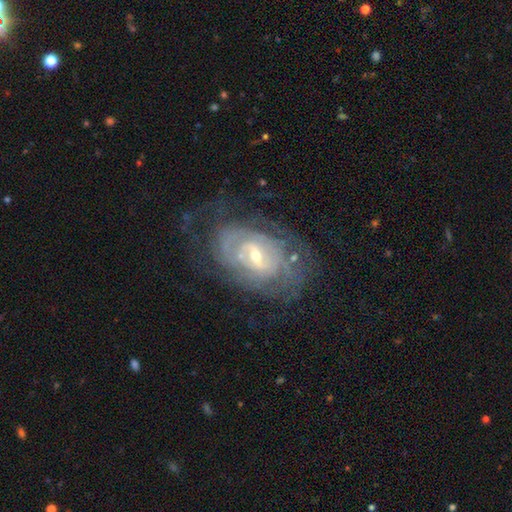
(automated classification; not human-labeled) A featured or disk galaxy (82%) with a weak bar (51%), tight (71%) spiral arms (87%) and a small central bulge (57%).

Vote fractions:
- Smooth or featured? featured or disk: 82% / smooth: 10% / star or artifact: 7%
- Edge-on disk? no: 95% / yes: 5%
- Bar? weak: 51% / no: 29% / strong: 20%
- Spiral arms? yes: 87% / no: 13%
- Spiral winding? tight: 71% / medium: 22% / loose: 7%
- Spiral arm count? can't tell: 54% / 2: 19% / 3: 9% / 4: 8% / more than 4: 5% / 1: 5%
- Bulge size? small: 57% / moderate: 39% / large: 2% / none: 1% / dominant: 1%
- Merging? none: 65% / minor disturbance: 19% / major disturbance: 13% / merger: 2%